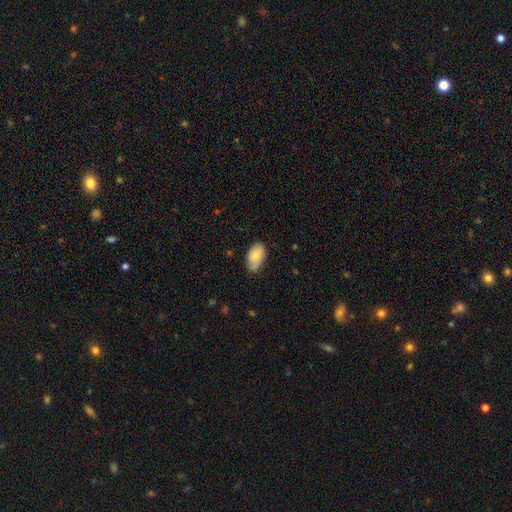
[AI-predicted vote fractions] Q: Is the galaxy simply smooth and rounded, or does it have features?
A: smooth — 77%.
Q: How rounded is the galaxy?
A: in between — 94%.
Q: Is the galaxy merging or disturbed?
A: none — 61%.